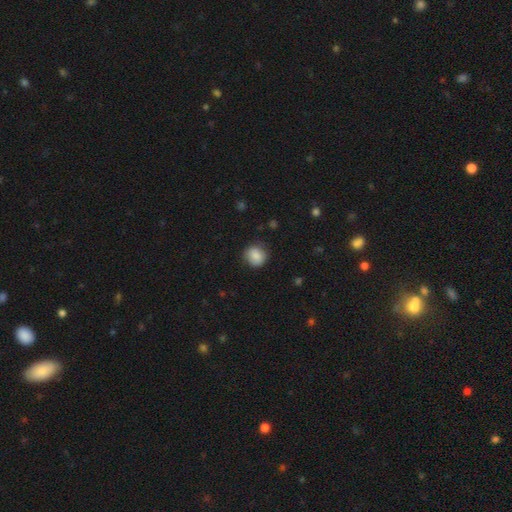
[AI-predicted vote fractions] Smooth or featured?
  - smooth: 86% *
  - star or artifact: 8%
  - featured or disk: 6%
How rounded?
  - round: 85% *
  - in between: 14%
  - cigar-shaped: 1%
Merging?
  - none: 81% *
  - minor disturbance: 14%
  - major disturbance: 4%
  - merger: 1%